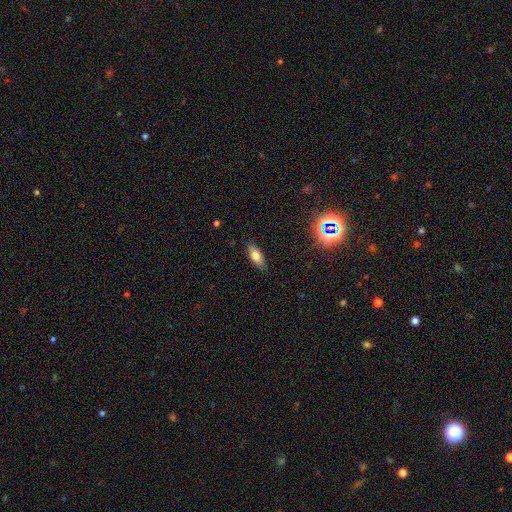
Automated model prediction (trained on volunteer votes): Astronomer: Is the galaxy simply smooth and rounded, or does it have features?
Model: smooth — 73%.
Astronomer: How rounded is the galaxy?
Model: in between — 77%.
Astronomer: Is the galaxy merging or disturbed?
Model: none — 86%.